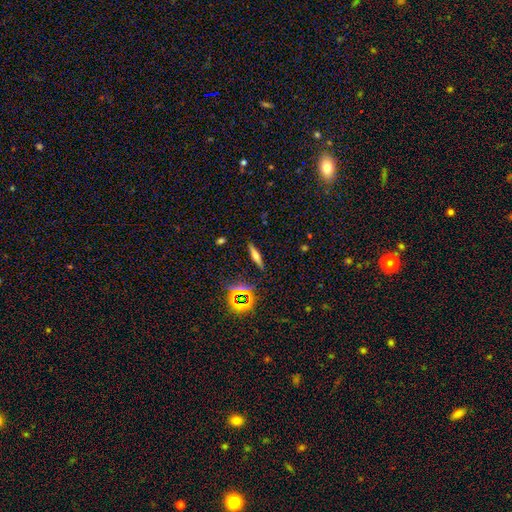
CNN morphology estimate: A smooth galaxy with no disk features (45%). Merging: none (87%).